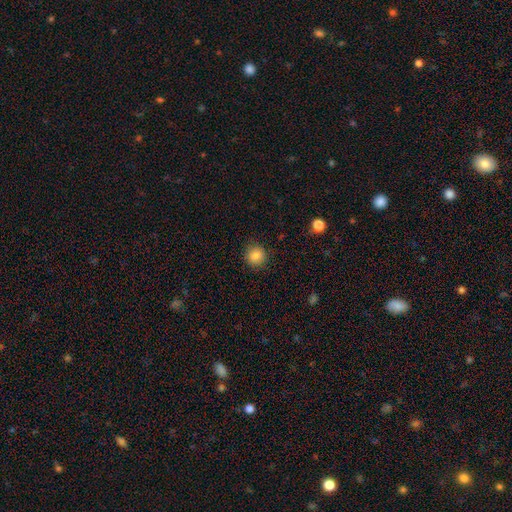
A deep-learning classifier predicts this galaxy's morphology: Smooth or featured: smooth — 86% (star or artifact — 10%)
How rounded: round — 92% (in between — 7%)
Merging: none — 89% (minor disturbance — 7%)